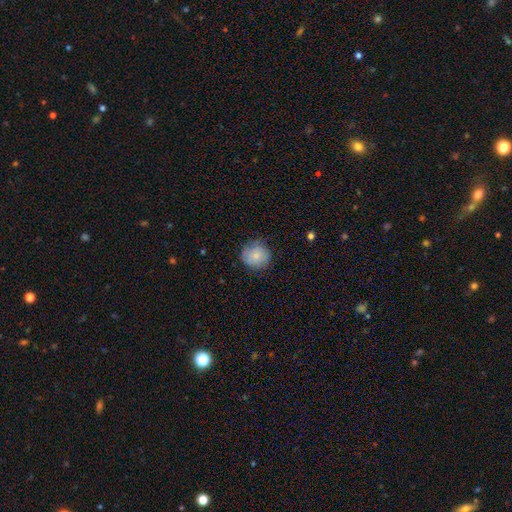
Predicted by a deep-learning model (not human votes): A smooth galaxy with no disk features (80%) that is round (89%). Merging: none (76%).